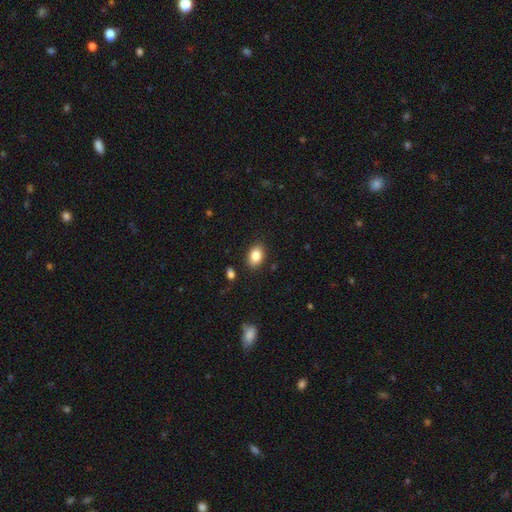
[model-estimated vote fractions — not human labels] smooth-or-featured: smooth: 85% | star or artifact: 8% | featured or disk: 7%
  how-rounded: in between: 80% | round: 19% | cigar-shaped: 1%
  merging: none: 87% | minor disturbance: 9% | major disturbance: 2% | merger: 2%